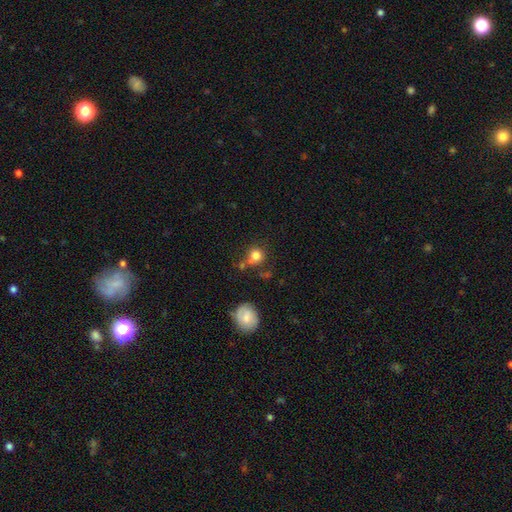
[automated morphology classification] The model was most divided on "merging": none: 64%, minor disturbance: 17%, merger: 13%, major disturbance: 6%. More confident: how rounded — round (85%); smooth or featured — smooth (81%).